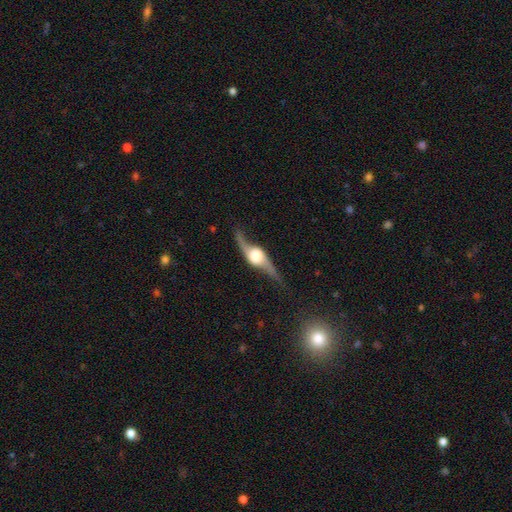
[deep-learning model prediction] smooth-or-featured: featured or disk: 86% | smooth: 9% | star or artifact: 5%
  disk-edge-on: yes: 63% | no: 37%
    edge-on-bulge: rounded: 90% | boxy: 8% | none: 2%
  merging: none: 73% | minor disturbance: 17% | major disturbance: 8% | merger: 2%